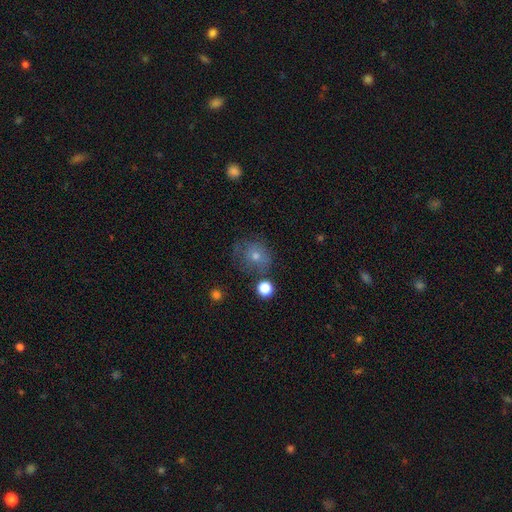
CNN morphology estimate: Q: Smooth or featured?
A: smooth (58%); runner-up: featured or disk (24%)
Q: How rounded?
A: round (80%); runner-up: in between (19%)
Q: Merging?
A: none (65%); runner-up: minor disturbance (20%)